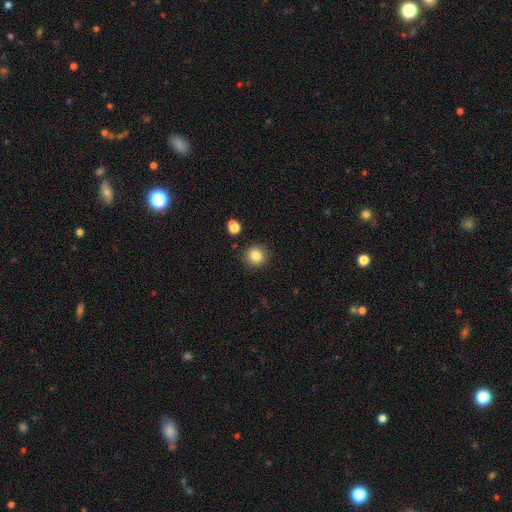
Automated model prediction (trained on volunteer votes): This appears to be a smooth galaxy with no disk features (84%) that is round (86%). Merging: none (87%).